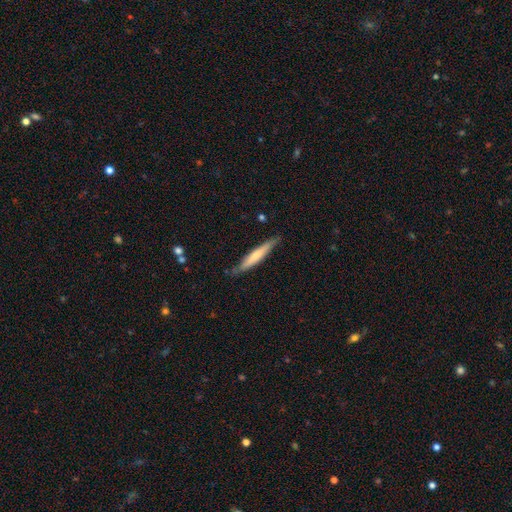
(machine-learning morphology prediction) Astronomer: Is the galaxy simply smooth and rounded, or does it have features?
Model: smooth — 57% (runner-up: featured or disk, 38%).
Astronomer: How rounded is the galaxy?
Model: cigar-shaped — 93%.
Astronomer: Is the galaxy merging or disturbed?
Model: none — 81%.